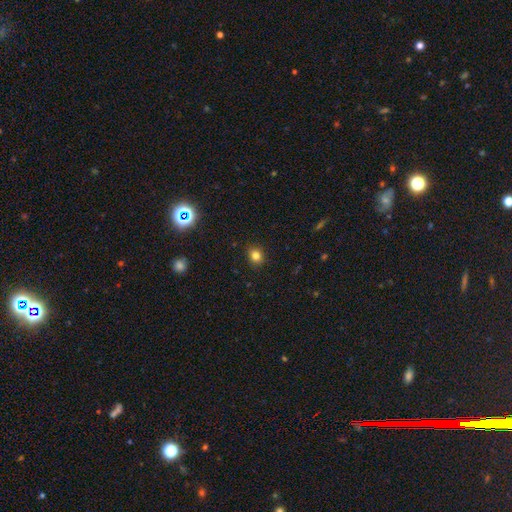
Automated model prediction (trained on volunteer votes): Overall: smooth (80%). How rounded: round (63%; in between 36%). Merging: none (89%).